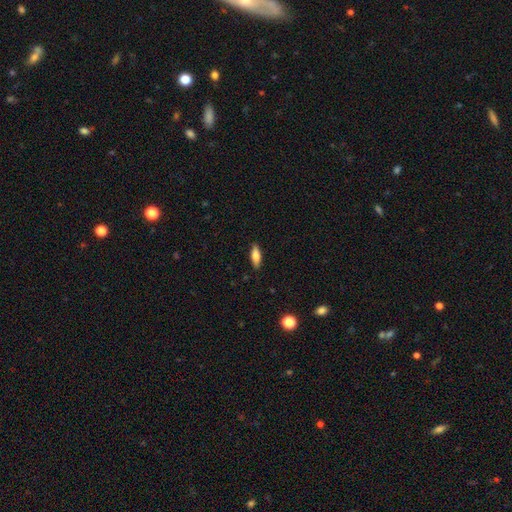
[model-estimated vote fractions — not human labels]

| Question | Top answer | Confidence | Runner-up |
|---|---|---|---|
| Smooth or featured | smooth | 75% | featured or disk (18%) |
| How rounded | in between | 58% | cigar-shaped (40%) |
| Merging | none | 88% | minor disturbance (9%) |